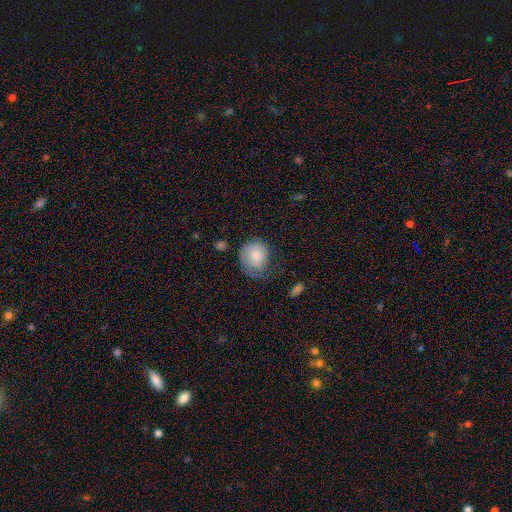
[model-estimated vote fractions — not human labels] smooth 73%, featured or disk 20%, star or artifact 7%. Down the decision tree: how rounded — round (71%); merging — none (38%).